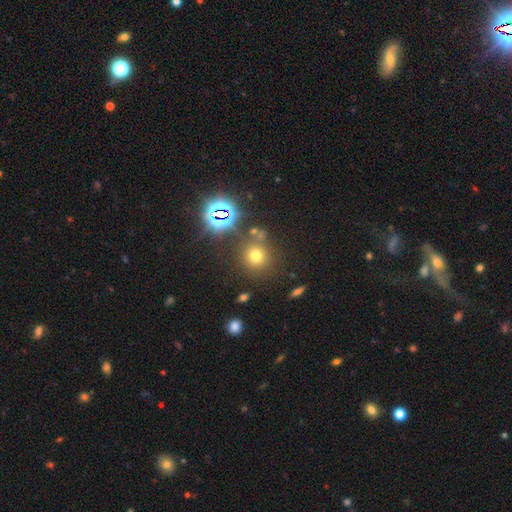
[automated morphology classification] Smooth or featured?
  - smooth: 62% *
  - star or artifact: 28%
  - featured or disk: 9%
How rounded?
  - round: 89% *
  - in between: 10%
  - cigar-shaped: 1%
Merging?
  - none: 75% *
  - minor disturbance: 10%
  - merger: 10%
  - major disturbance: 5%